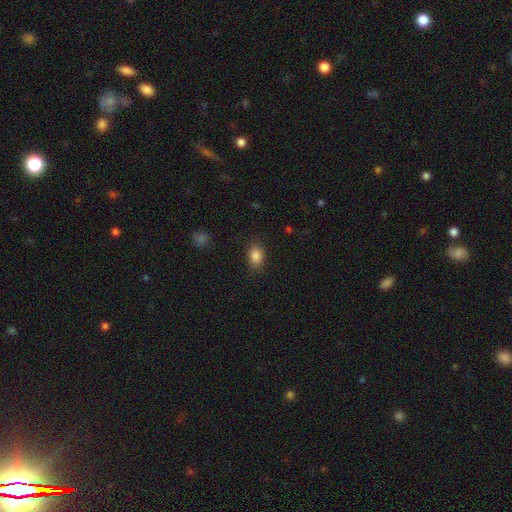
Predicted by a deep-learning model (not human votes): Overall: smooth (85%). How rounded: in between (76%). Merging: none (84%).